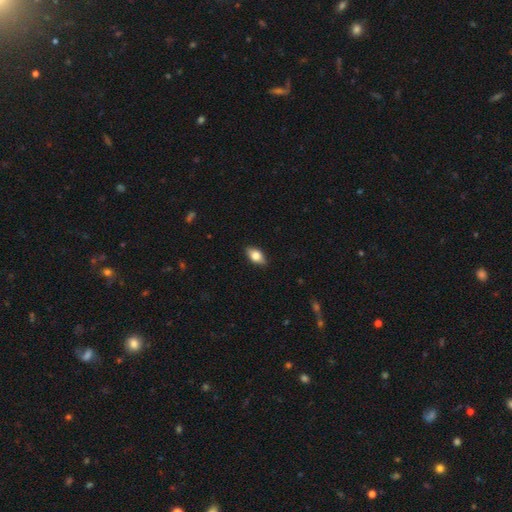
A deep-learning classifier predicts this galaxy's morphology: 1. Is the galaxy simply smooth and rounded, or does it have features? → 73% smooth, 19% featured or disk, 7% star or artifact.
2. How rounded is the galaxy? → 87% in between, 7% round, 6% cigar-shaped.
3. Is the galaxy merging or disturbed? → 86% none, 11% minor disturbance, 2% major disturbance, 1% merger.